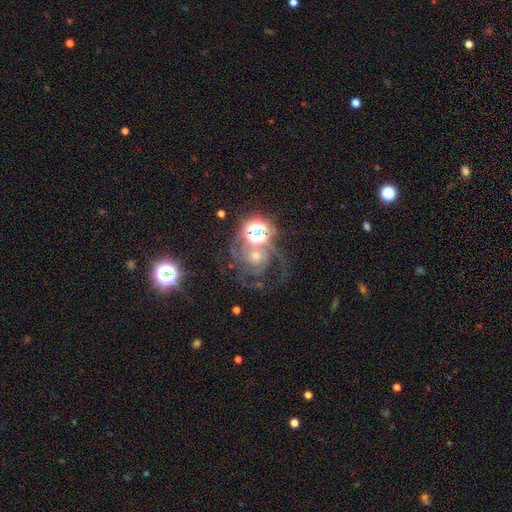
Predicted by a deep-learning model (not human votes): The model was most divided on "spiral arm count": 2: 30%, can't tell: 29%, 3: 21%, 1: 8%, 4: 7%, more than 4: 6%. Remaining: edge-on disk — no (97%); spiral arms — yes (91%); bar — no (71%); smooth or featured — featured or disk (67%); spiral winding — tight (49%); merging — none (47%); bulge size — moderate (45%).